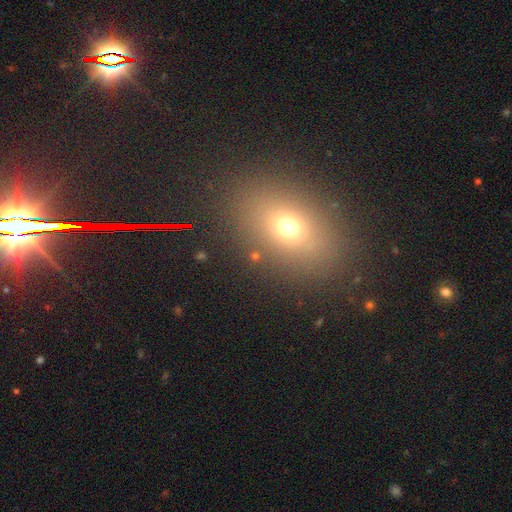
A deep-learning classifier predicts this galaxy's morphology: A smooth galaxy with no disk features (64%) that is in between round and cigar-shaped (65%). Merging: none (83%).